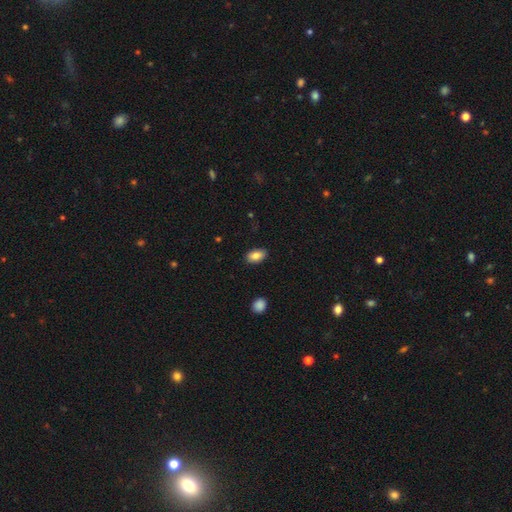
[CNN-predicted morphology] Smooth or featured?
  - smooth: 84% *
  - featured or disk: 8%
  - star or artifact: 8%
How rounded?
  - in between: 91% *
  - round: 8%
  - cigar-shaped: 2%
Merging?
  - none: 87% *
  - minor disturbance: 9%
  - major disturbance: 2%
  - merger: 1%